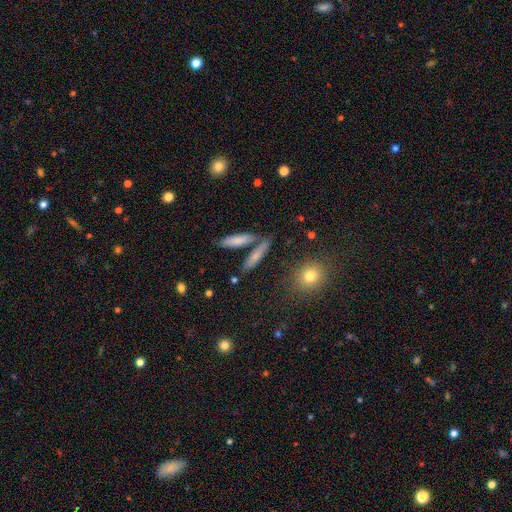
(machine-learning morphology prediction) The model was most divided on "smooth or featured": smooth: 68%, featured or disk: 22%, star or artifact: 10%. More confident: merging — none (74%); how rounded — cigar-shaped (72%).